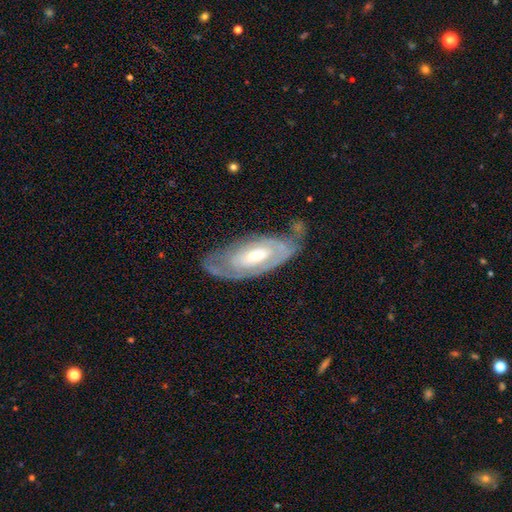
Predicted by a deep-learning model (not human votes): This appears to be a featured or disk galaxy (73%) with no bar (60%), spiral arms (68%) and a moderate central bulge (53%). Merging: none (59%).